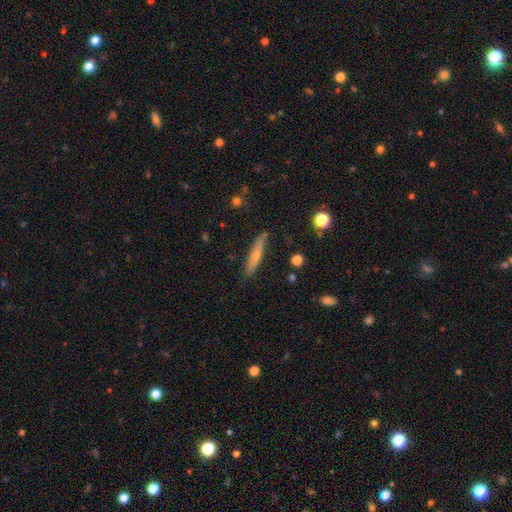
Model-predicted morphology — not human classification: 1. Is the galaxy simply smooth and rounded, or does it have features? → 66% smooth, 27% featured or disk, 7% star or artifact.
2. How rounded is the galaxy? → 91% cigar-shaped, 7% in between, 2% round.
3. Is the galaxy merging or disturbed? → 85% none, 11% minor disturbance, 2% major disturbance, 2% merger.